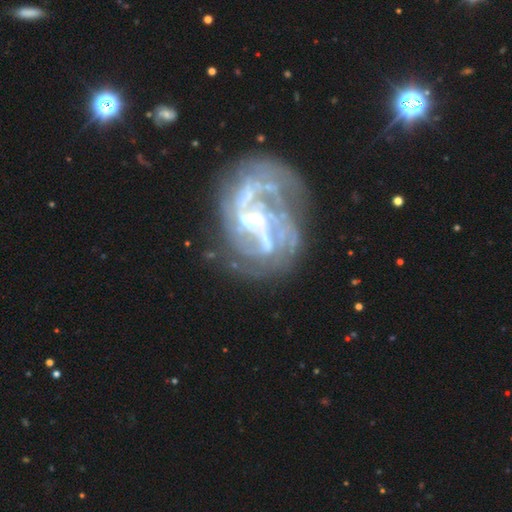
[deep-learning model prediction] Overall: featured or disk (81%). Edge-on disk: no (97%). Bar: weak (42%; strong 30%). Spiral arms: yes (85%). Spiral arm count: 2 (36%; can't tell 27%). Spiral winding: medium (40%; tight 35%). Bulge size: small (51%; moderate 28%). Merging: none (48%; major disturbance 22%).